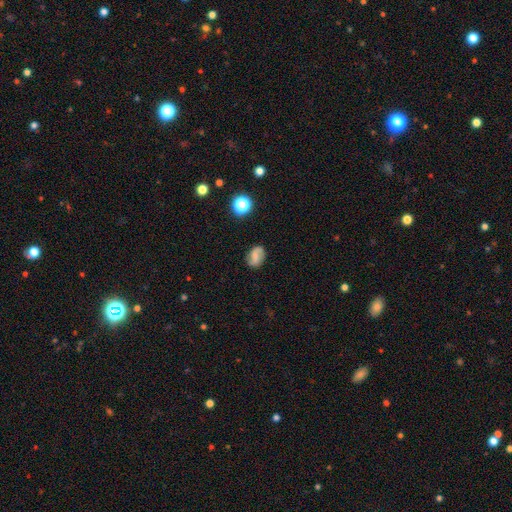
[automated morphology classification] A featured or disk galaxy (49%). Merging: none (80%).